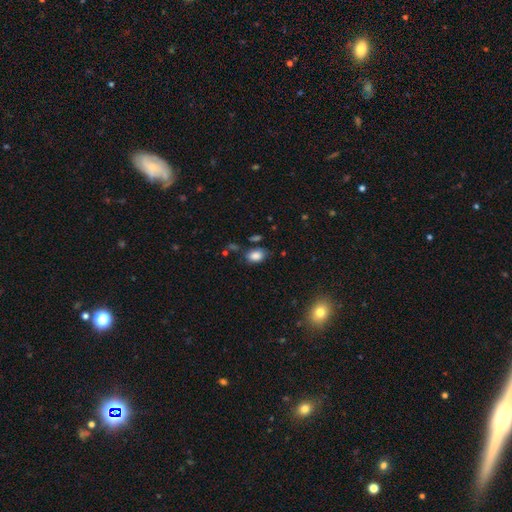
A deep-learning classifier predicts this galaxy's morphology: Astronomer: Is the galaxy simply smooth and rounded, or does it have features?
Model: smooth — 85%.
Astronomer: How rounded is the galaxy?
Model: in between — 80%.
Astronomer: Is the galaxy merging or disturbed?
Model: none — 71%.